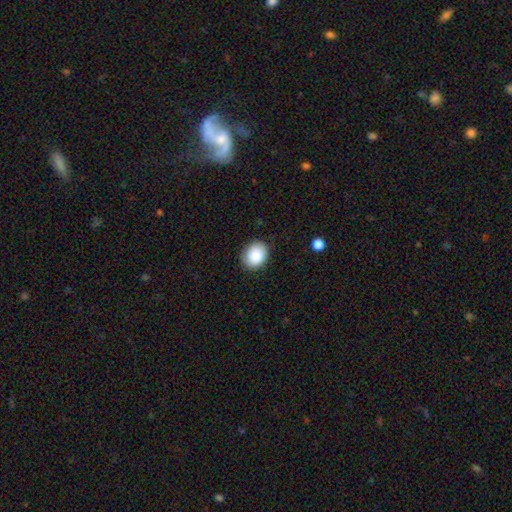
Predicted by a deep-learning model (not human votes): Smooth or featured?
  - smooth: 84% *
  - star or artifact: 8%
  - featured or disk: 8%
How rounded?
  - round: 58% *
  - in between: 41%
  - cigar-shaped: 1%
Merging?
  - none: 87% *
  - minor disturbance: 10%
  - major disturbance: 2%
  - merger: 1%